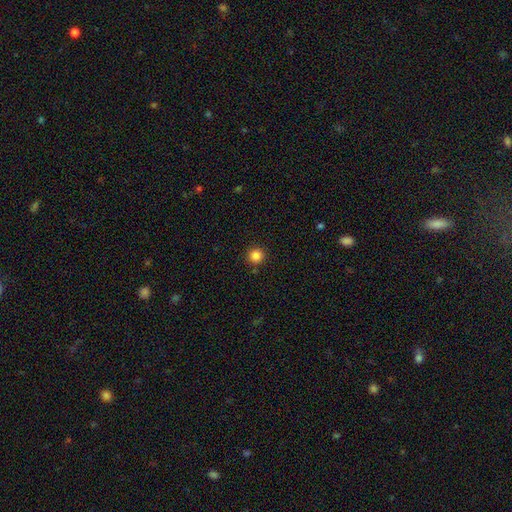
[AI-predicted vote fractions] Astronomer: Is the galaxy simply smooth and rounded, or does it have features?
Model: smooth — 85%.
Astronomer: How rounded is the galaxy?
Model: round — 95%.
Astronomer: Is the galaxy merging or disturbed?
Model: none — 91%.